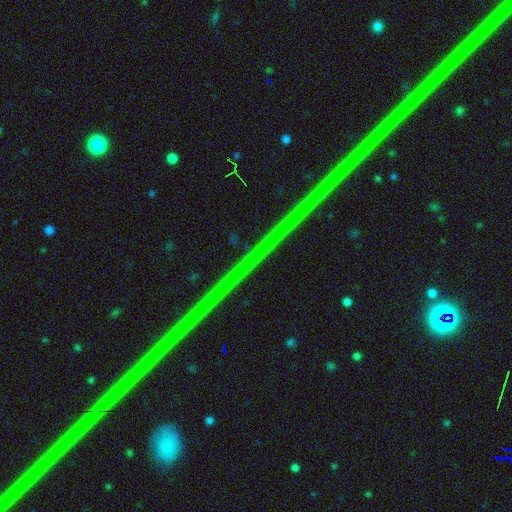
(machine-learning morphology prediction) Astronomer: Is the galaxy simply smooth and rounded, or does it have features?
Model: star or artifact — 86%.